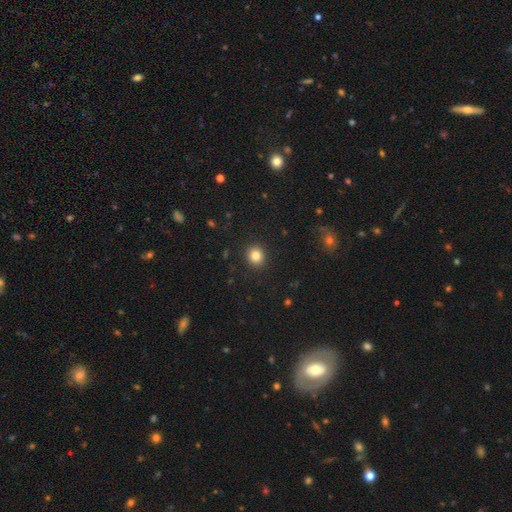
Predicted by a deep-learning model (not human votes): Q: Smooth or featured?
A: smooth (83%); runner-up: star or artifact (11%)
Q: How rounded?
A: round (85%); runner-up: in between (15%)
Q: Merging?
A: none (91%); runner-up: minor disturbance (6%)